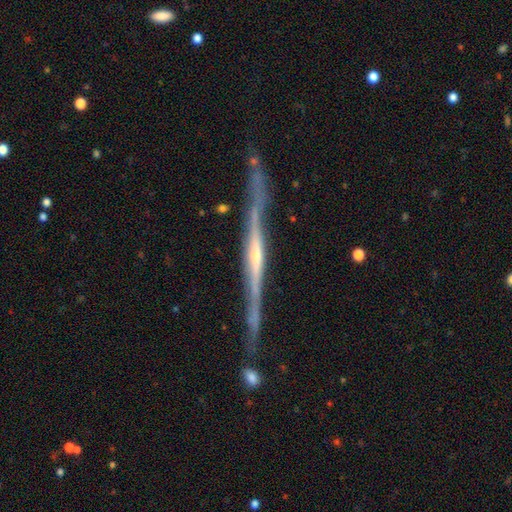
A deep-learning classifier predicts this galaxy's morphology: A featured or disk galaxy (86%) viewed edge-on (97%) with a rounded central bulge (58%).

Vote fractions:
- Smooth or featured? featured or disk: 86% / smooth: 10% / star or artifact: 5%
- Edge-on disk? yes: 97% / no: 3%
- Edge-on bulge? rounded: 58% / none: 27% / boxy: 15%
- Merging? none: 74% / minor disturbance: 18% / major disturbance: 5% / merger: 3%